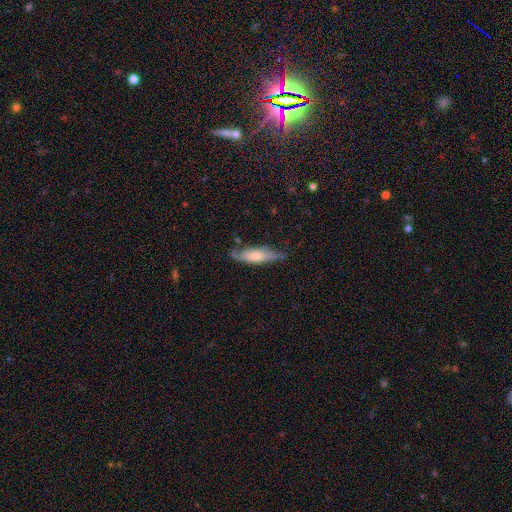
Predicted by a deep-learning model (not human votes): Overall: smooth (59%; featured or disk 35%). How rounded: cigar-shaped (56%; in between 43%). Merging: none (62%; minor disturbance 29%).